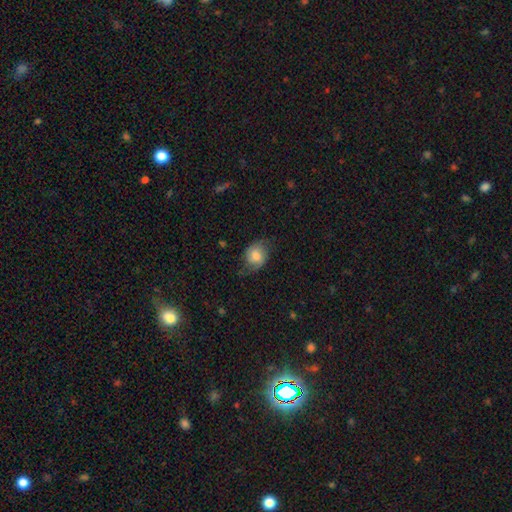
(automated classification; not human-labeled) A smooth galaxy with no disk features (63%) that is round (52%).

Vote fractions:
- Smooth or featured? smooth: 63% / featured or disk: 29% / star or artifact: 8%
- How rounded? round: 52% / in between: 47% / cigar-shaped: 1%
- Merging? none: 60% / minor disturbance: 27% / major disturbance: 11% / merger: 1%